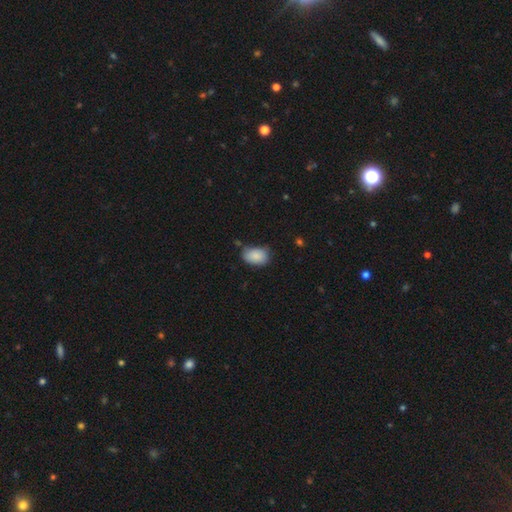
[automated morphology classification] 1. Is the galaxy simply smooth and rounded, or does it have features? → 87% smooth, 7% star or artifact, 5% featured or disk.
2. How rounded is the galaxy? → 84% in between, 15% round, 1% cigar-shaped.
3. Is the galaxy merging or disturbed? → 68% none, 24% minor disturbance, 4% major disturbance, 4% merger.